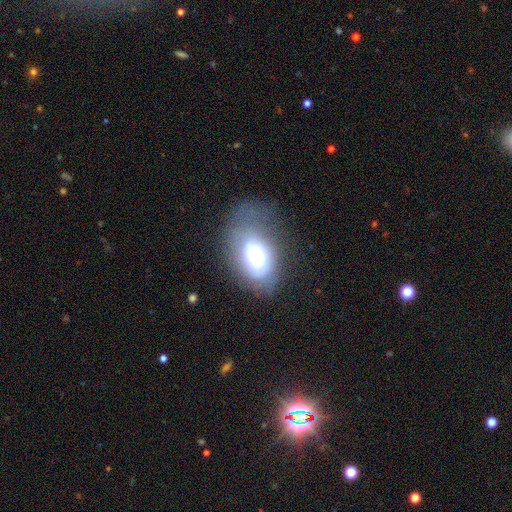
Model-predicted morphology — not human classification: type=smooth (59%); roundness=in between (80%); merging=none (43%).